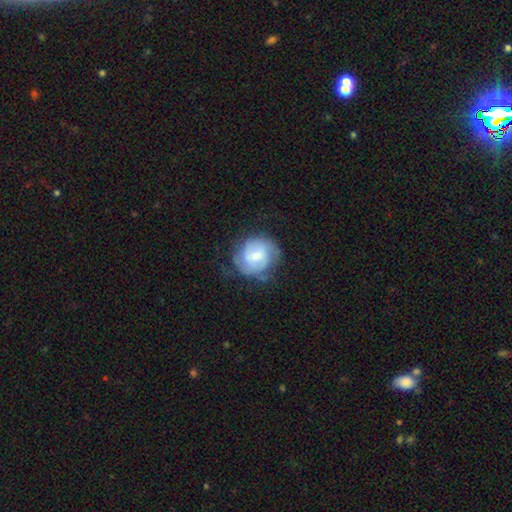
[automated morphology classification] The model was most divided on "smooth or featured": featured or disk: 49%, smooth: 45%, star or artifact: 7%. More confident: merging — none (59%).